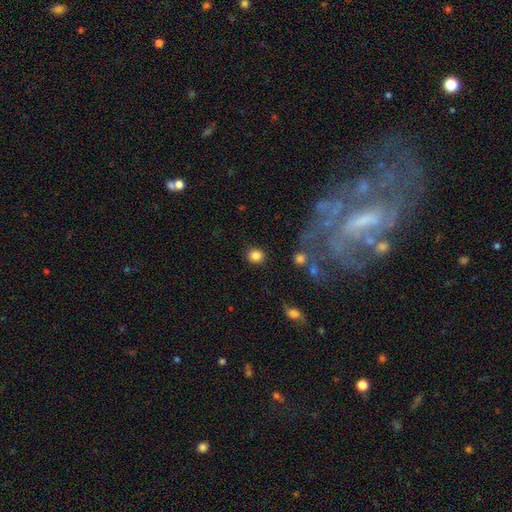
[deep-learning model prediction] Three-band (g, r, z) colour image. It shows a smooth galaxy with no disk features (85%) that is round (82%). Merging: none (88%).